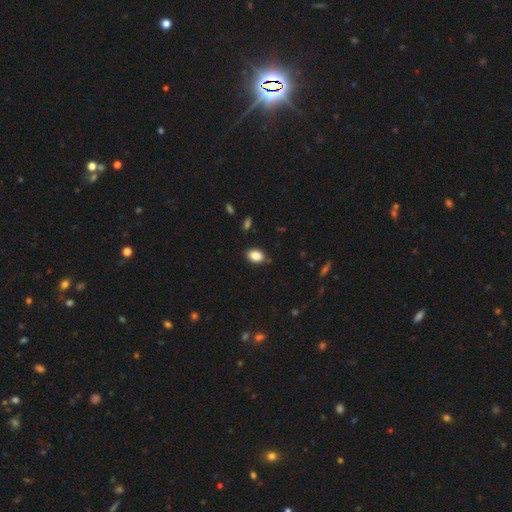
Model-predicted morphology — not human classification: Smooth or featured? Predicted: smooth (p=0.87). How rounded? Predicted: in between (p=0.82). Merging? Predicted: none (p=0.86).